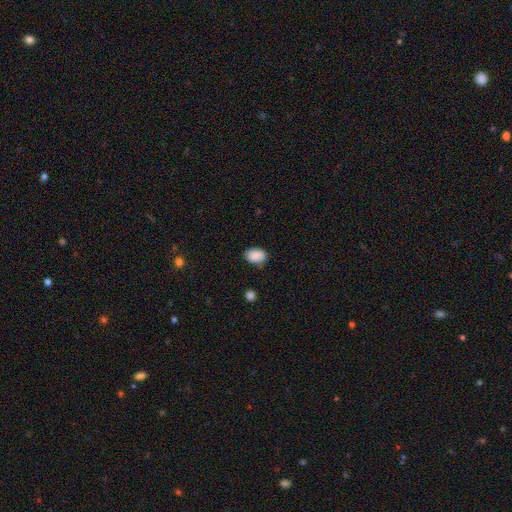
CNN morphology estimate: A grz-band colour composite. It shows a smooth galaxy with no disk features (88%) that is in between round and cigar-shaped (84%). Merging: none (79%).